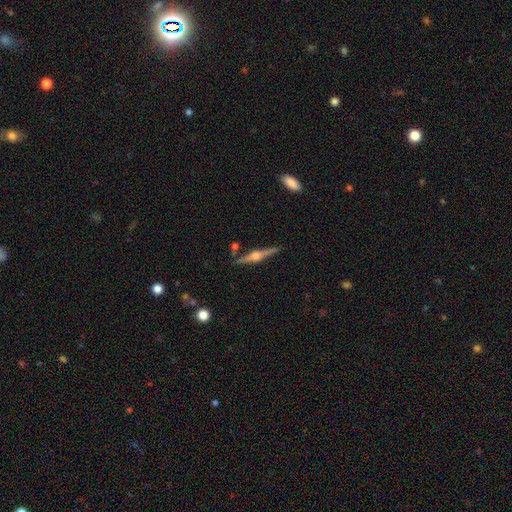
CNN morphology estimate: Smooth or featured? Predicted: featured or disk (p=0.82). Edge-on disk? Predicted: yes (p=0.98). Edge-on bulge? Predicted: rounded (p=0.89). Merging? Predicted: none (p=0.87).